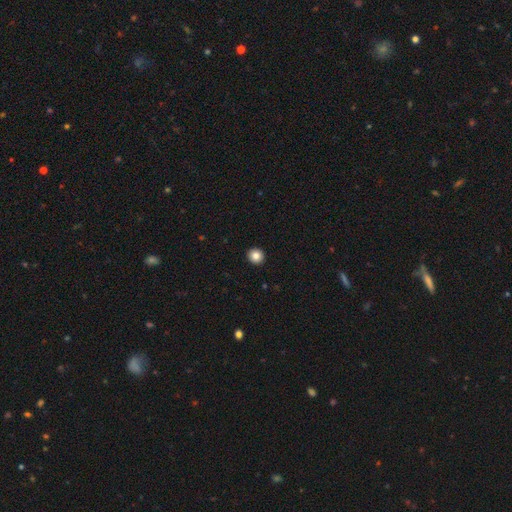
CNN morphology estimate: type=smooth (84%); roundness=round (92%); merging=none (94%).